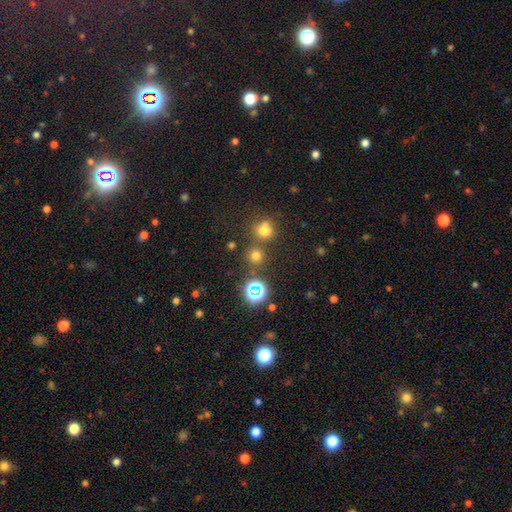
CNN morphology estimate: Smooth or featured? smooth (65%)
How rounded? round (90%)
Merging? none (73%)